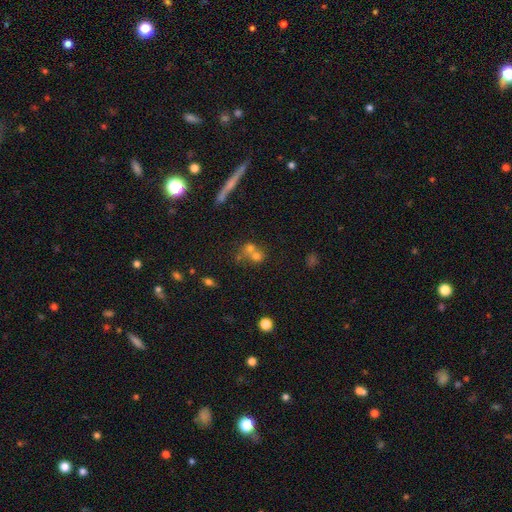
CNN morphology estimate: smooth 63%, featured or disk 20%, star or artifact 17%. Down the decision tree: how rounded — round (77%); merging — merger (59%).